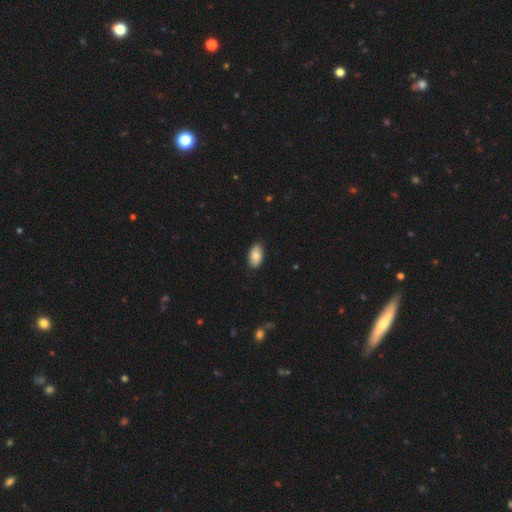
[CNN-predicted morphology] Smooth or featured: smooth — 81% (featured or disk — 13%)
How rounded: in between — 94% (round — 5%)
Merging: none — 87% (minor disturbance — 10%)